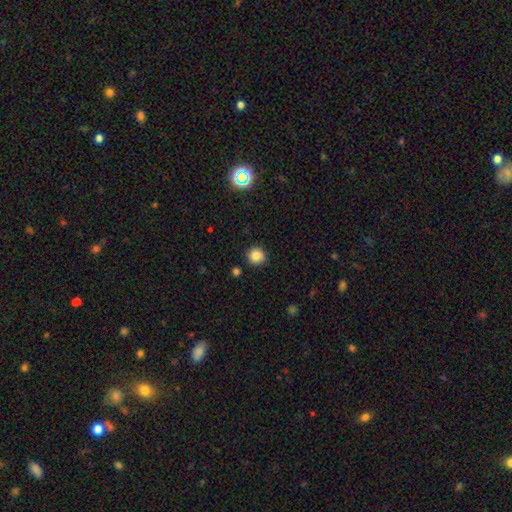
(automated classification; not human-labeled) Smooth or featured?
  - smooth: 84% *
  - star or artifact: 11%
  - featured or disk: 5%
How rounded?
  - round: 93% *
  - in between: 6%
  - cigar-shaped: 1%
Merging?
  - none: 90% *
  - minor disturbance: 6%
  - merger: 2%
  - major disturbance: 2%